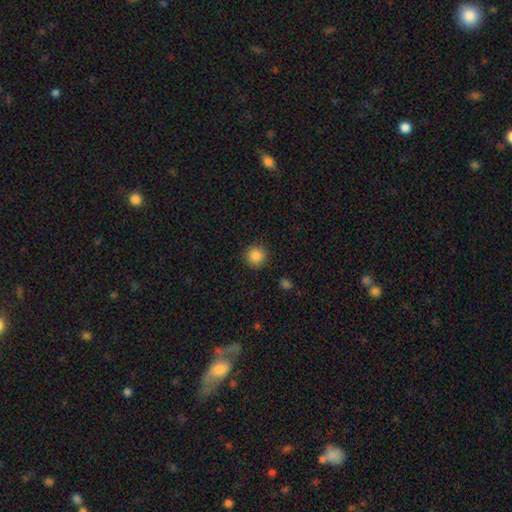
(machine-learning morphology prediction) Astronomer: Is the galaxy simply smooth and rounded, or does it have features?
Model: smooth — 87%.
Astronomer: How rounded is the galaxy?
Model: round — 94%.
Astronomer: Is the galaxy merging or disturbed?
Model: none — 91%.